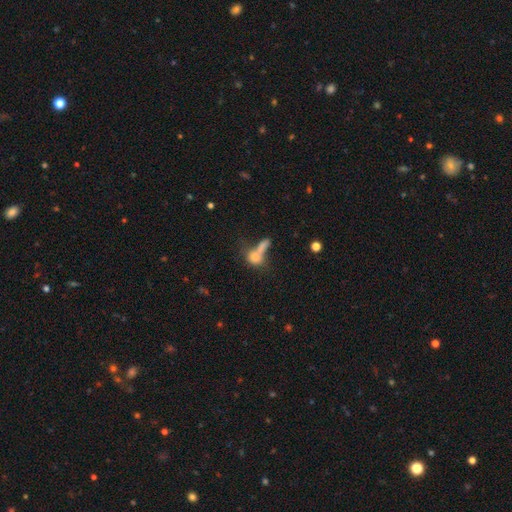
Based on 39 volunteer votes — A smooth galaxy with no disk features (77%) that is round (47%, tied with in between).

Vote fractions:
- Smooth or featured? smooth: 77% / featured or disk: 13% / star or artifact: 10%
- How rounded? round: 47% (tied) / in between: 47% (tied) / cigar-shaped: 7%
- Merging? none: 43% / merger: 31% / major disturbance: 14% / minor disturbance: 11%